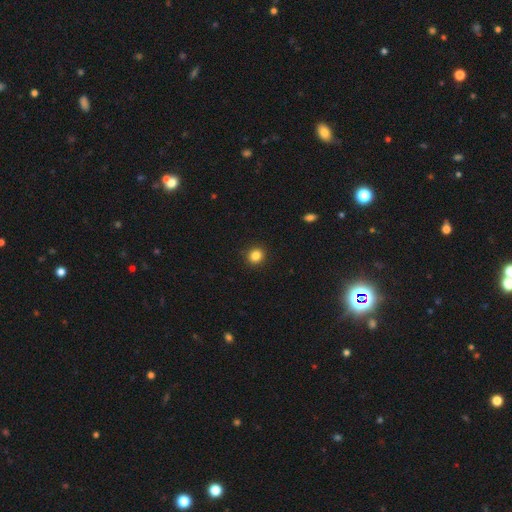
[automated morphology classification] Q: Smooth or featured?
A: smooth (85%); runner-up: star or artifact (11%)
Q: How rounded?
A: round (86%); runner-up: in between (13%)
Q: Merging?
A: none (92%); runner-up: minor disturbance (5%)